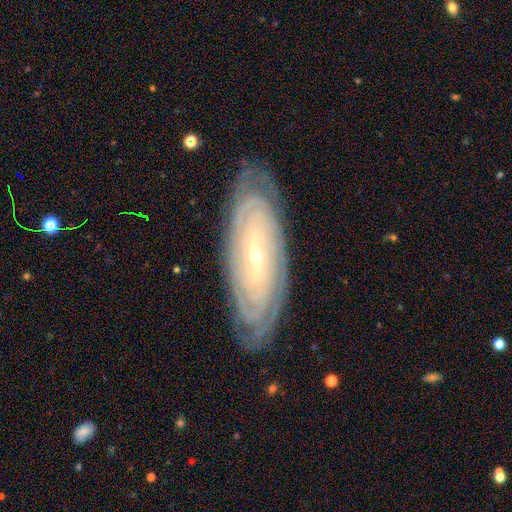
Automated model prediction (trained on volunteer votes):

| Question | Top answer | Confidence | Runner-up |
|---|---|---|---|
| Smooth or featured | featured or disk | 87% | smooth (7%) |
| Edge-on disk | no | 90% | yes (10%) |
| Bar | no | 43% | weak (34%) |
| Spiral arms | yes | 97% | no (3%) |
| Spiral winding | tight | 85% | medium (12%) |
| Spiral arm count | can't tell | 35% | 4 (20%) |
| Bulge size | small | 82% | moderate (15%) |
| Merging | none | 83% | minor disturbance (13%) |